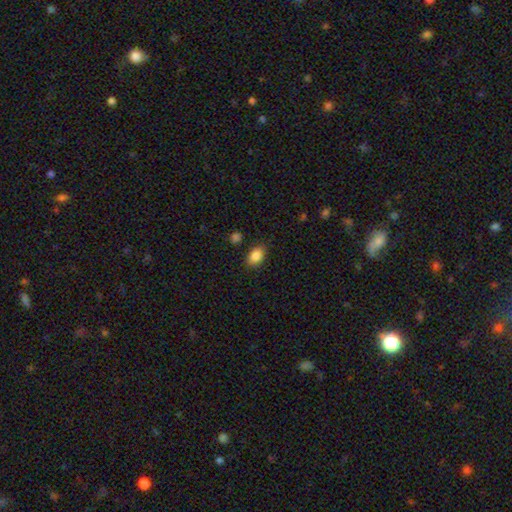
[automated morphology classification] Smooth or featured?
  - smooth: 87% *
  - star or artifact: 8%
  - featured or disk: 5%
How rounded?
  - in between: 84% *
  - round: 15%
  - cigar-shaped: 1%
Merging?
  - none: 82% *
  - minor disturbance: 12%
  - major disturbance: 3%
  - merger: 3%